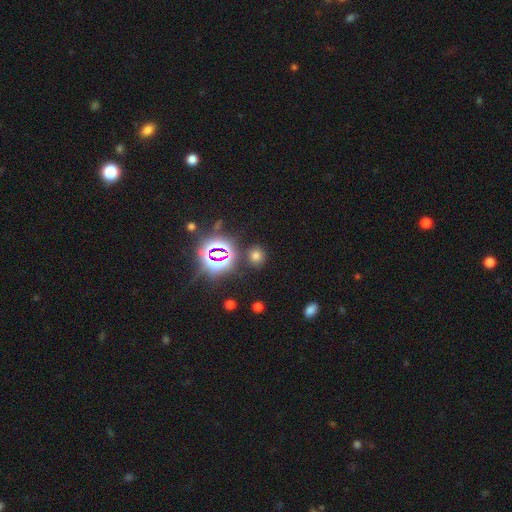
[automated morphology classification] The model was most divided on "smooth or featured": smooth: 61%, star or artifact: 32%, featured or disk: 7%. More confident: merging — none (84%); how rounded — round (83%).